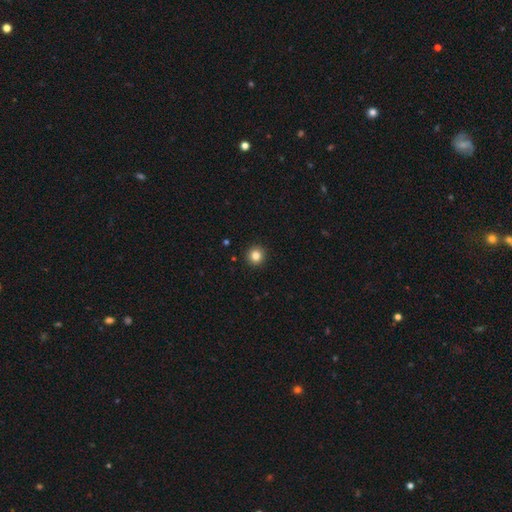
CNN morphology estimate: Smooth or featured: smooth — 84% (star or artifact — 11%)
How rounded: round — 94% (in between — 5%)
Merging: none — 93% (minor disturbance — 4%)